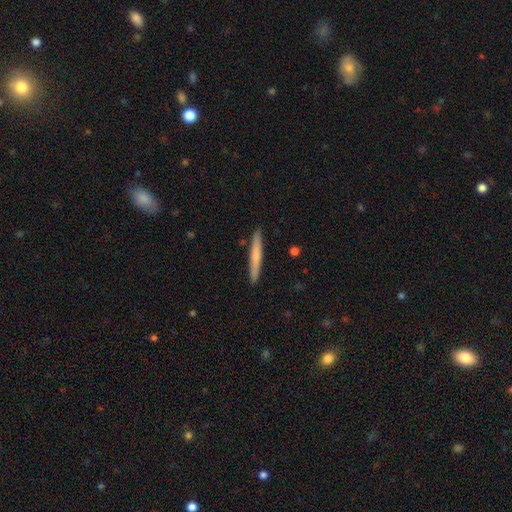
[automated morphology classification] Smooth or featured? Predicted: smooth (p=0.60). How rounded? Predicted: cigar-shaped (p=0.97). Merging? Predicted: none (p=0.91).